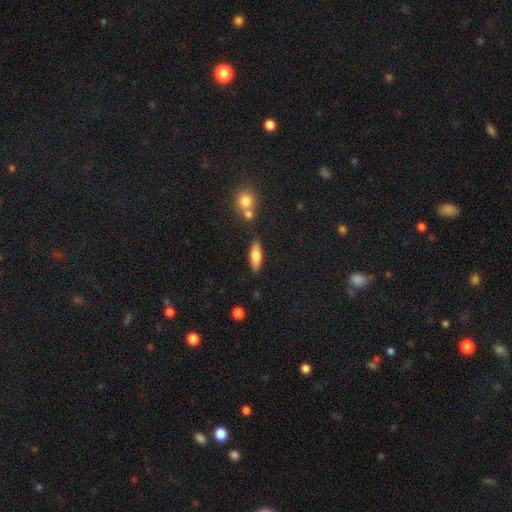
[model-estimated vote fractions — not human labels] Morphology: type=smooth (74%); roundness=in between (59%); merging=none (80%).